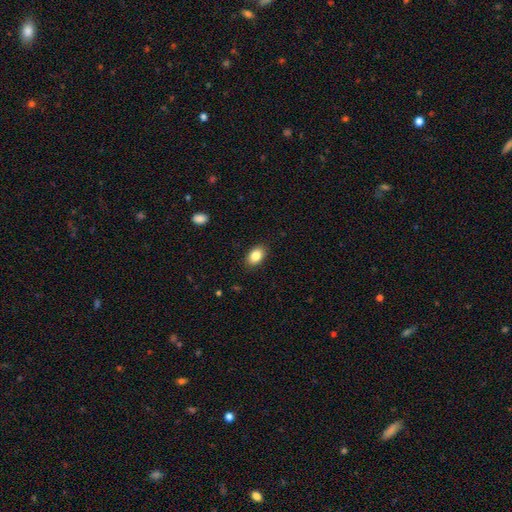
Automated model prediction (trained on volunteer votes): smooth 85%, star or artifact 8%, featured or disk 7%. Down the decision tree: how rounded — in between (85%); merging — none (88%).